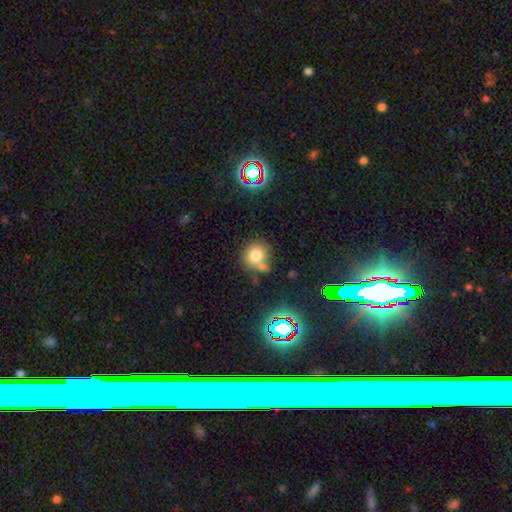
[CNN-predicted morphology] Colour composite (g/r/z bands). It shows a smooth galaxy with no disk features (75%) that is round (84%). Merging: none (56%).